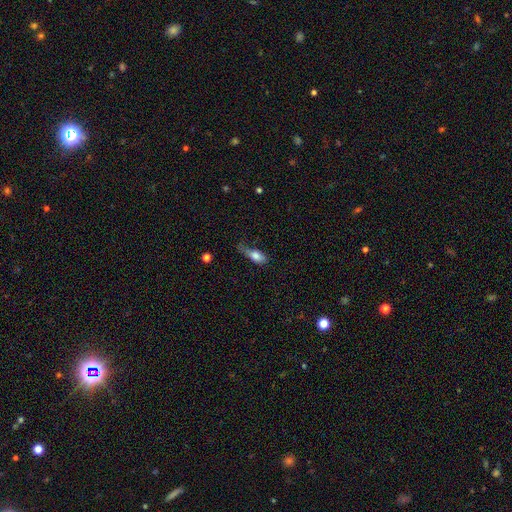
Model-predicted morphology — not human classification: smooth 74%, featured or disk 19%, star or artifact 8%. Down the decision tree: how rounded — in between (73%); merging — minor disturbance (36%).